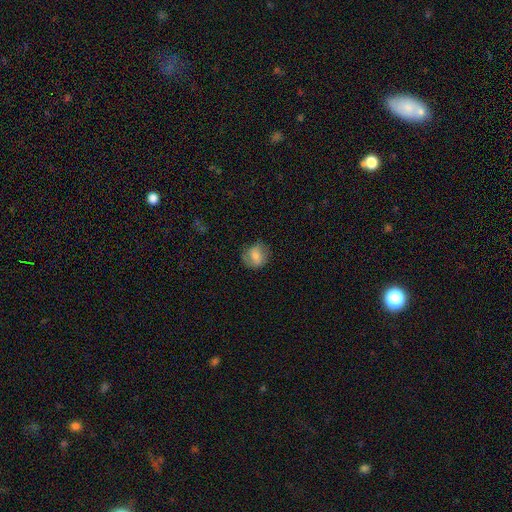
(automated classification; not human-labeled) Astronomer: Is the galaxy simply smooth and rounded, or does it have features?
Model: smooth — 70%.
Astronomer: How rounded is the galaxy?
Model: round — 73%.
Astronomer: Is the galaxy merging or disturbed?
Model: none — 72%.